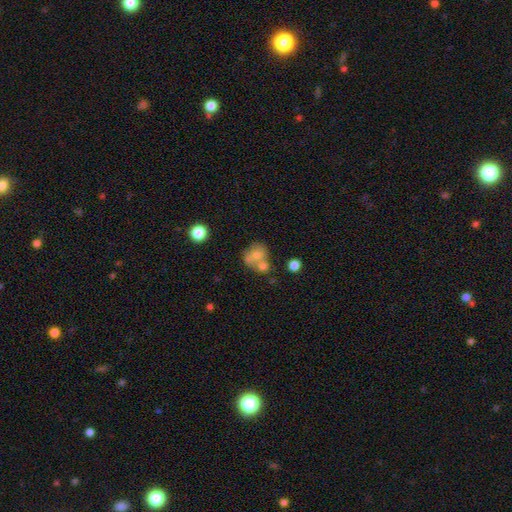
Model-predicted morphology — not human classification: smooth-or-featured: smooth: 65% | featured or disk: 24% | star or artifact: 10%
  how-rounded: round: 71% | in between: 28% | cigar-shaped: 1%
  merging: merger: 50% | none: 33% | minor disturbance: 11% | major disturbance: 6%